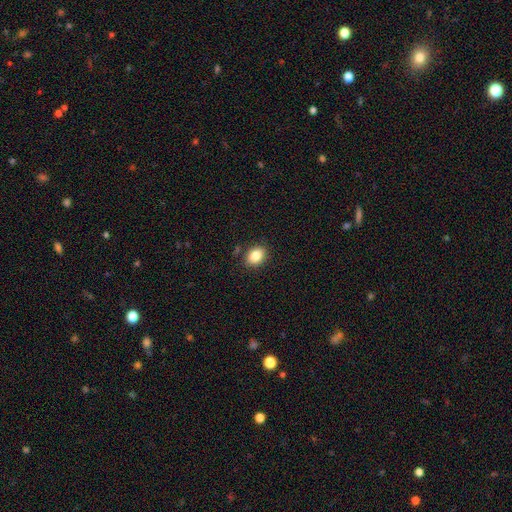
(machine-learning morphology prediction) Smooth or featured?
  - smooth: 85% *
  - star or artifact: 9%
  - featured or disk: 6%
How rounded?
  - in between: 61% *
  - round: 38%
  - cigar-shaped: 1%
Merging?
  - none: 86% *
  - minor disturbance: 9%
  - major disturbance: 2%
  - merger: 2%